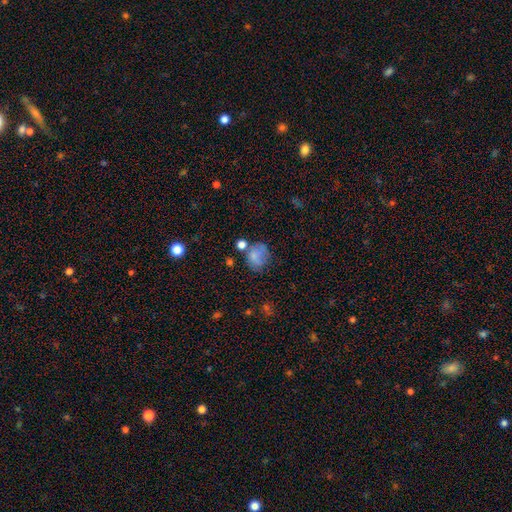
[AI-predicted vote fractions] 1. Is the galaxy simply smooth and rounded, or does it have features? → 71% smooth, 16% featured or disk, 13% star or artifact.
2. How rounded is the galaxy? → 60% round, 39% in between, 1% cigar-shaped.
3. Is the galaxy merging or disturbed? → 47% none, 24% minor disturbance, 16% merger, 14% major disturbance.